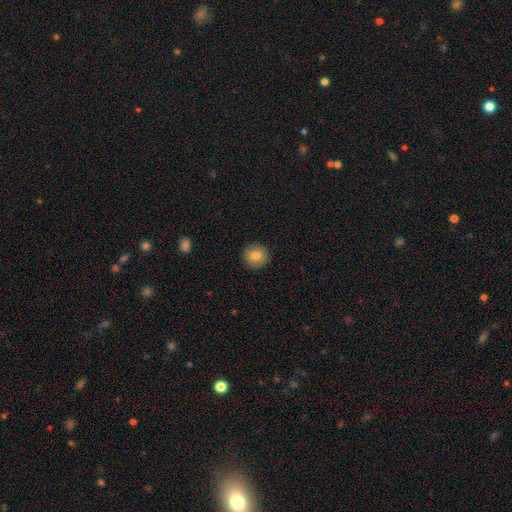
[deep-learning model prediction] smooth 82%, featured or disk 9%, star or artifact 9%. Down the decision tree: how rounded — round (93%); merging — none (91%).